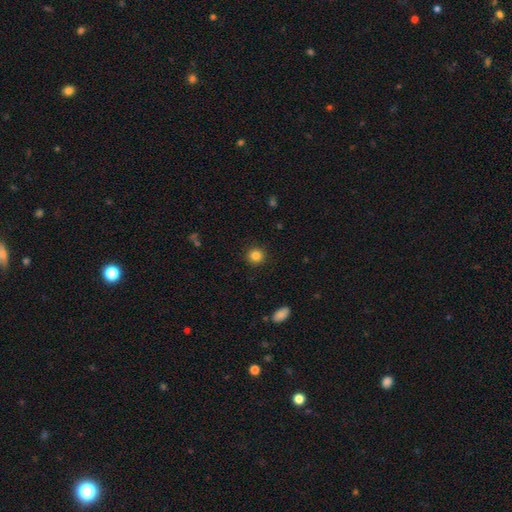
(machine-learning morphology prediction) smooth_or_featured: smooth (p=0.84) [alt: star or artifact p=0.11]
how_rounded: round (p=0.92) [alt: in between p=0.07]
merging: none (p=0.91) [alt: minor disturbance p=0.06]